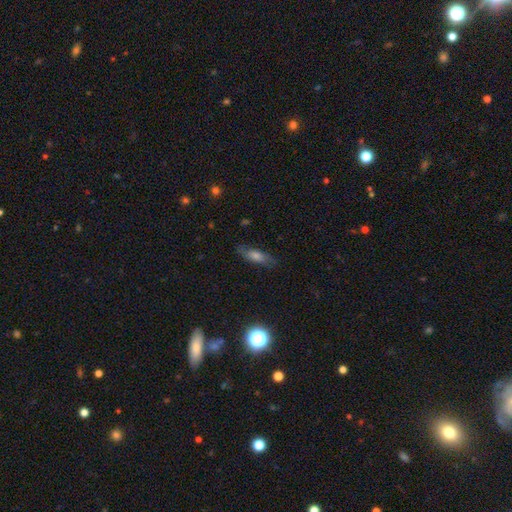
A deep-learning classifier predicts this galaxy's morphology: This is possibly a smooth galaxy (48%). Merging: likely none (80%).